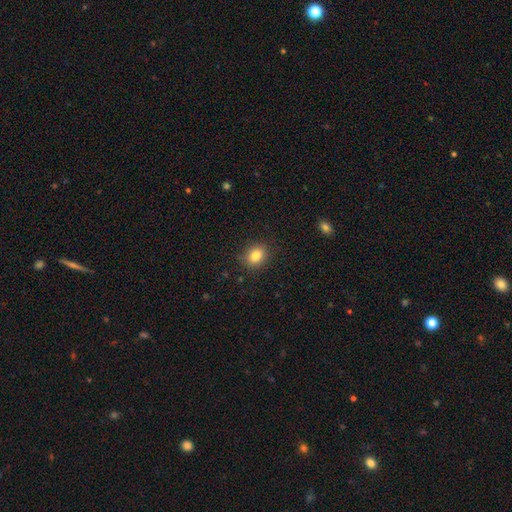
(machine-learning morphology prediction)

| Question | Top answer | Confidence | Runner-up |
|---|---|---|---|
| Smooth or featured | smooth | 83% | star or artifact (10%) |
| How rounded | round | 51% | in between (48%) |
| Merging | none | 88% | minor disturbance (9%) |